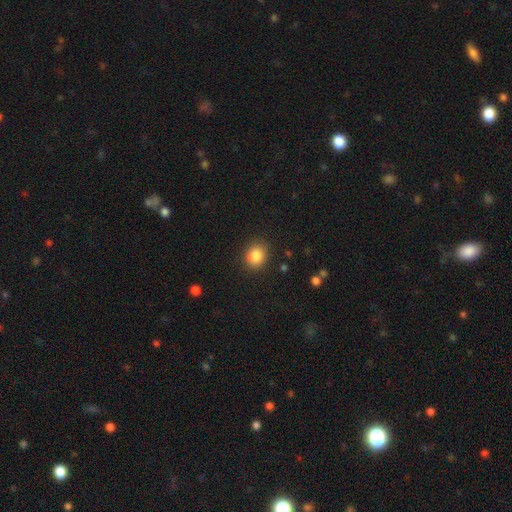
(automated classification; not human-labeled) smooth_or_featured: smooth (p=0.85) [alt: star or artifact p=0.10]
how_rounded: round (p=0.70) [alt: in between p=0.29]
merging: none (p=0.88) [alt: minor disturbance p=0.08]